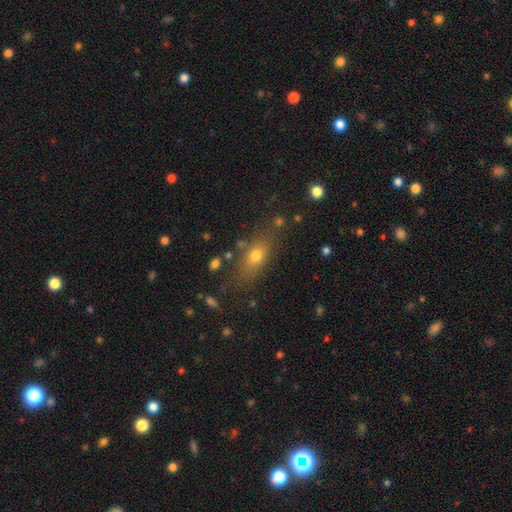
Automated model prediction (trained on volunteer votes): Smooth or featured: smooth — 69% (featured or disk — 17%)
How rounded: in between — 67% (cigar-shaped — 18%)
Merging: none — 75% (minor disturbance — 14%)